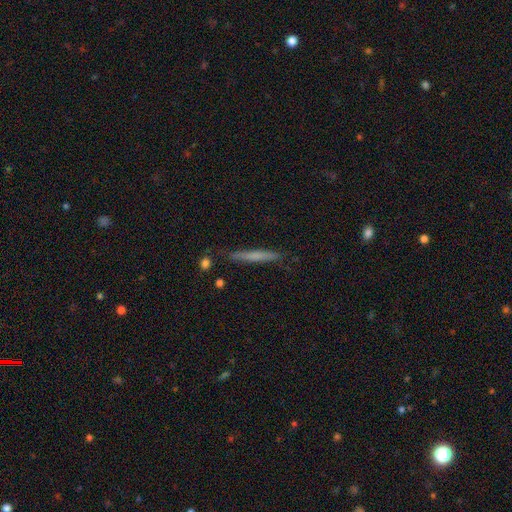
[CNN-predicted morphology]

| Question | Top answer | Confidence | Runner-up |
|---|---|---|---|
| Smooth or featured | smooth | 59% | featured or disk (34%) |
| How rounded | cigar-shaped | 96% | in between (3%) |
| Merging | none | 86% | minor disturbance (10%) |